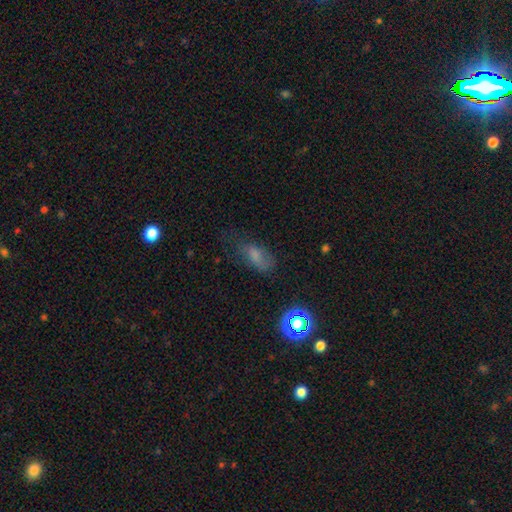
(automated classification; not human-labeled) The model was most divided on "merging": none: 53%, minor disturbance: 29%, major disturbance: 15%, merger: 3%. More confident: how rounded — in between (83%); smooth or featured — smooth (66%).